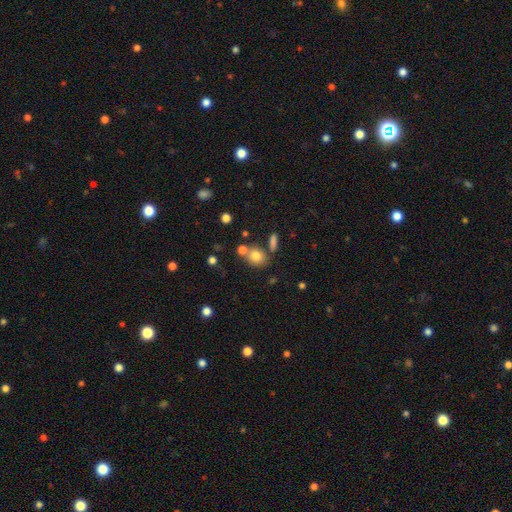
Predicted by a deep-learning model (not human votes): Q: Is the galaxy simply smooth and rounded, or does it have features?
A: smooth — 78%.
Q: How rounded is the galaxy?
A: round — 64%.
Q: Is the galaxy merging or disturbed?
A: none — 62%.